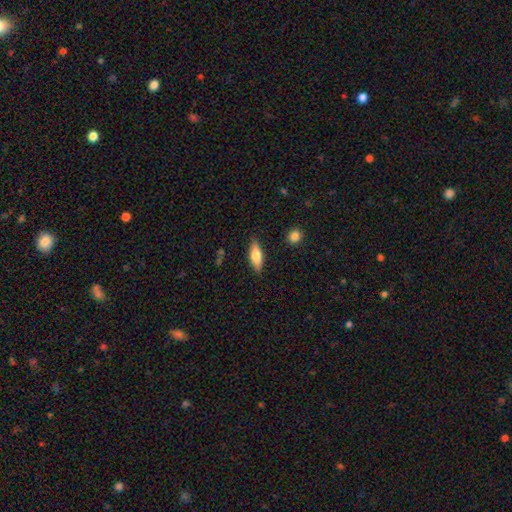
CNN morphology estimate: type=smooth (69%); roundness=in between (61%); merging=none (86%).